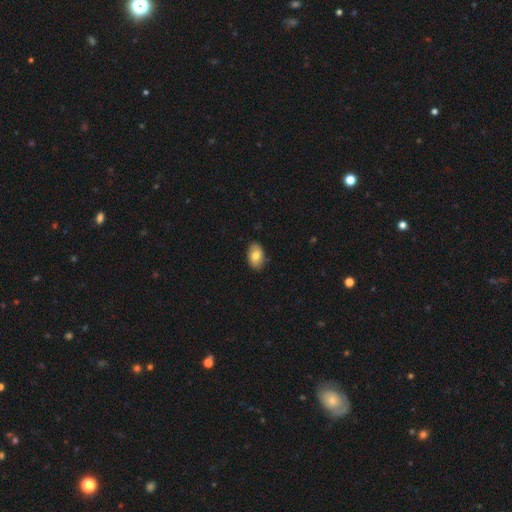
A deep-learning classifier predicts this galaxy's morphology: Smooth or featured: smooth — 77% (featured or disk — 15%)
How rounded: in between — 91% (round — 7%)
Merging: none — 86% (minor disturbance — 11%)